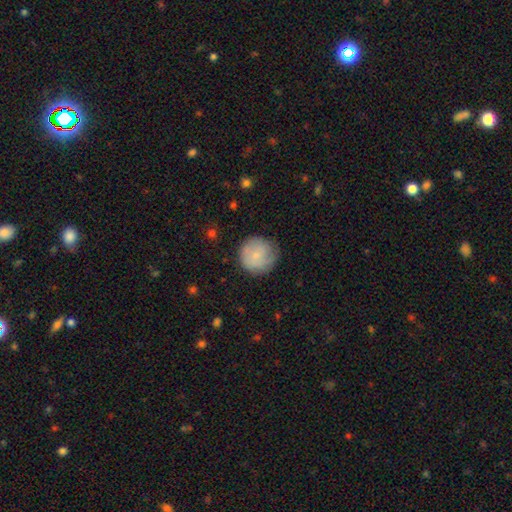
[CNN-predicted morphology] This is likely a smooth galaxy (62%). How rounded: clearly round (94%). Merging: likely none (74%).